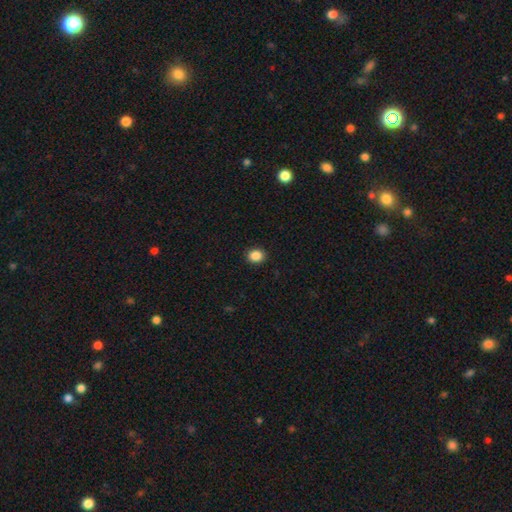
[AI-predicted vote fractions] A smooth galaxy with no disk features (87%) that is round (67%).

Vote fractions:
- Smooth or featured? smooth: 87% / star or artifact: 10% / featured or disk: 3%
- How rounded? round: 67% / in between: 32% / cigar-shaped: 1%
- Merging? none: 91% / minor disturbance: 6% / major disturbance: 2% / merger: 1%